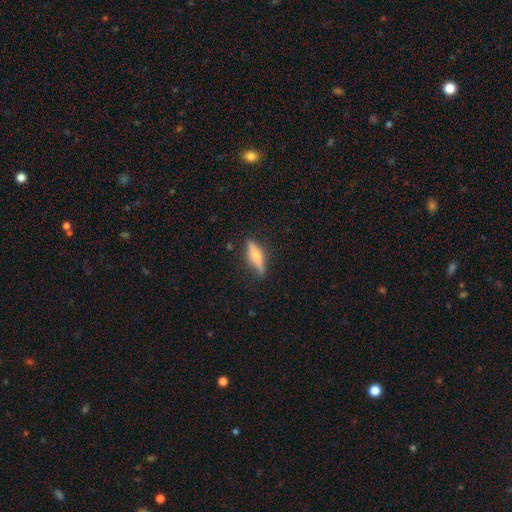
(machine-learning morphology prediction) The model was most divided on "smooth or featured": smooth: 50%, featured or disk: 43%, star or artifact: 7%. More confident: merging — none (83%).